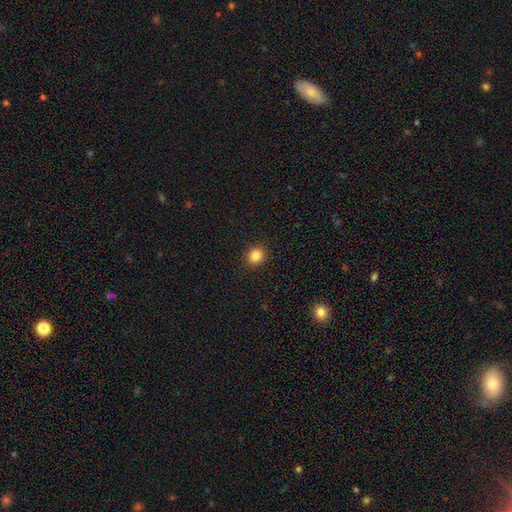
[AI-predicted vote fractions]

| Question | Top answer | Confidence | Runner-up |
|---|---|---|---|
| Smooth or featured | smooth | 85% | star or artifact (11%) |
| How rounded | round | 82% | in between (17%) |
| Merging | none | 91% | minor disturbance (6%) |